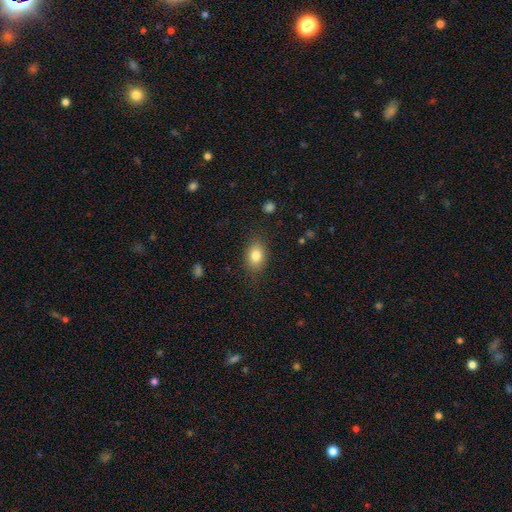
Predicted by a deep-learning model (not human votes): smooth 81%, featured or disk 10%, star or artifact 9%. Down the decision tree: how rounded — in between (76%); merging — none (83%).